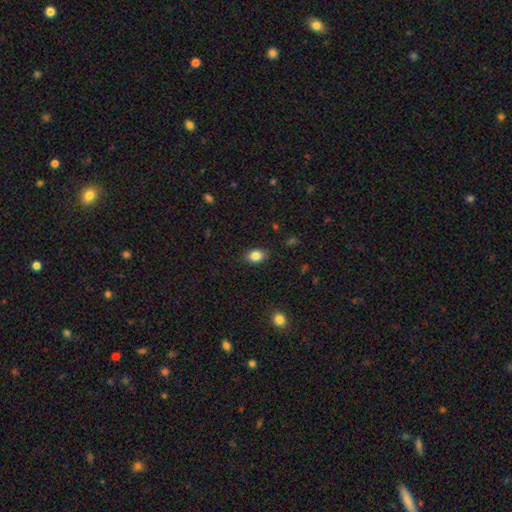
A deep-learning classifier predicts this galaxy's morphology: Overall: smooth (85%). How rounded: in between (74%). Merging: none (86%).